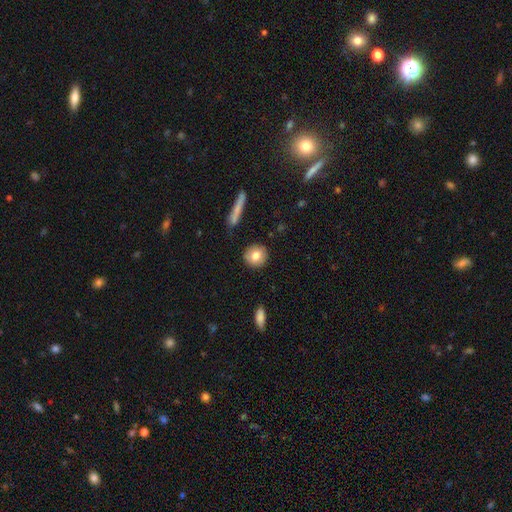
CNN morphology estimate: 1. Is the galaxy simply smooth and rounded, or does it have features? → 78% smooth, 14% featured or disk, 8% star or artifact.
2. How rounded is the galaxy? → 87% round, 11% in between, 2% cigar-shaped.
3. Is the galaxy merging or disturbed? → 88% none, 8% minor disturbance, 2% major disturbance, 2% merger.